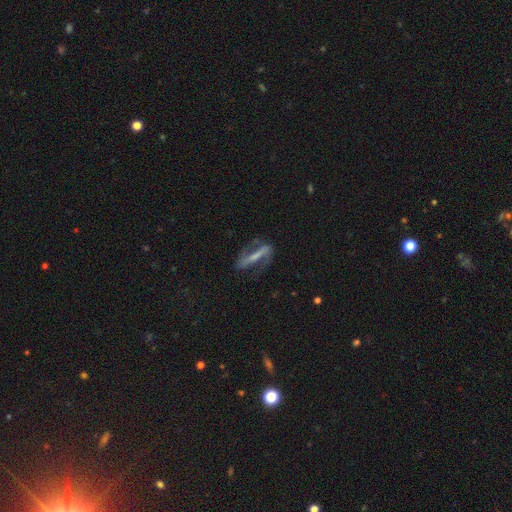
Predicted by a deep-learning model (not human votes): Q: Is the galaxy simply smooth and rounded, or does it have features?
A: featured or disk — 76%.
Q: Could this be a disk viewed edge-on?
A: no — 72%.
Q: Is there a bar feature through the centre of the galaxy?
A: strong — 70%.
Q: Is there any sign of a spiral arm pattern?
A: yes — 83%.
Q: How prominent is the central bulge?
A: small — 51%.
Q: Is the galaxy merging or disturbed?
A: none — 70%.